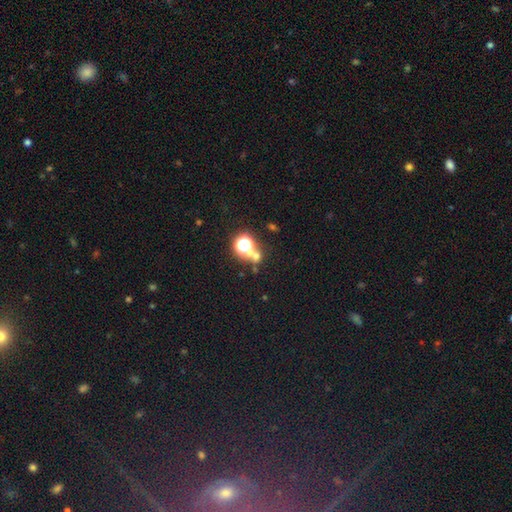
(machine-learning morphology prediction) This appears to be a star or artifact, not a galaxy (47%).